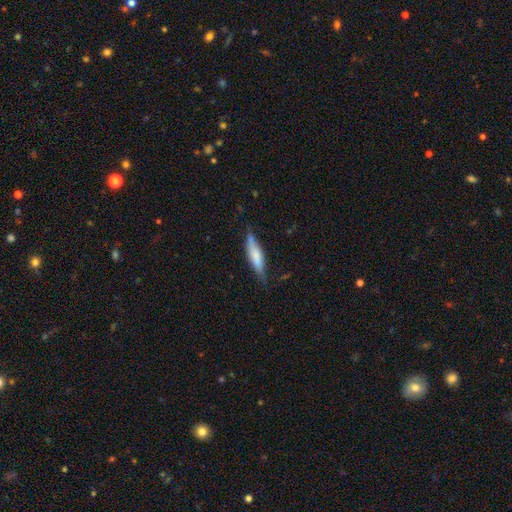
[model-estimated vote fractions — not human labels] Overall: smooth (63%; featured or disk 31%). How rounded: cigar-shaped (68%; in between 30%). Merging: none (68%).